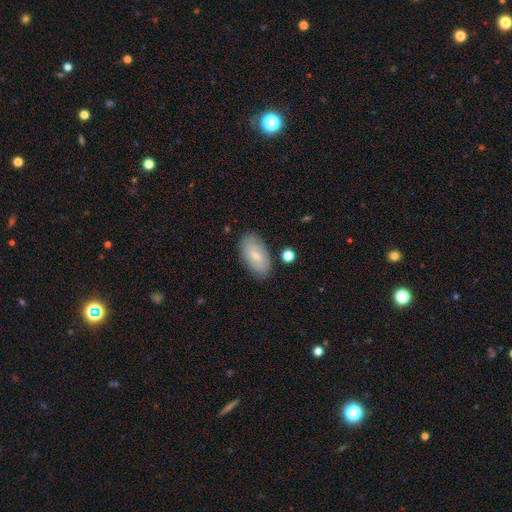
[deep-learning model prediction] Q: Smooth or featured?
A: smooth (73%); runner-up: featured or disk (21%)
Q: How rounded?
A: in between (93%); runner-up: cigar-shaped (4%)
Q: Merging?
A: none (83%); runner-up: minor disturbance (12%)